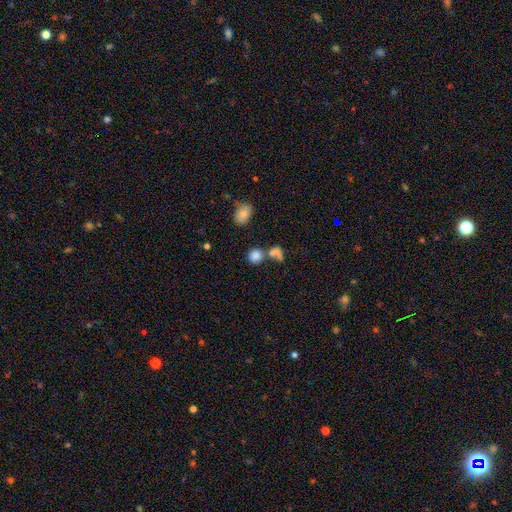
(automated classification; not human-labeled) This appears to be a smooth galaxy with no disk features (81%) that is round (82%). Merging: none (43%).